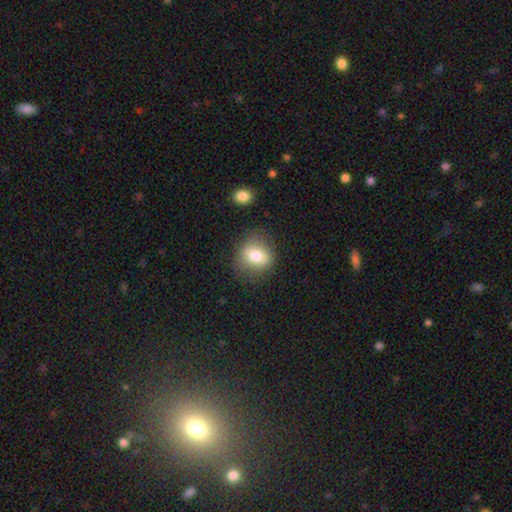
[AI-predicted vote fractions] Smooth or featured? Predicted: smooth (p=0.75). How rounded? Predicted: round (p=0.67). Merging? Predicted: none (p=0.76).